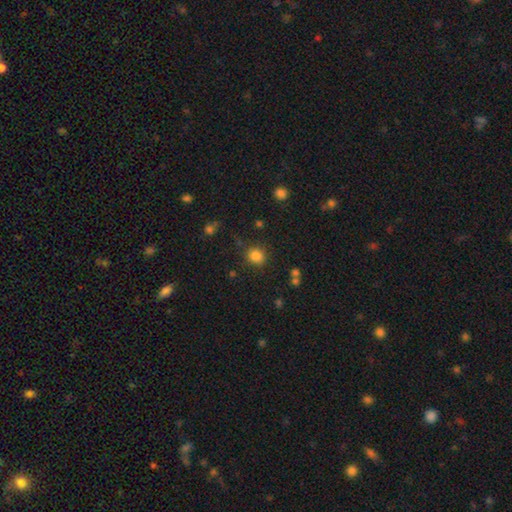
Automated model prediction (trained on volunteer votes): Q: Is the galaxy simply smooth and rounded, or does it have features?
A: smooth — 83%.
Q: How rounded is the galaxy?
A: round — 80%.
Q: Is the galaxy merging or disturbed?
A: none — 82%.